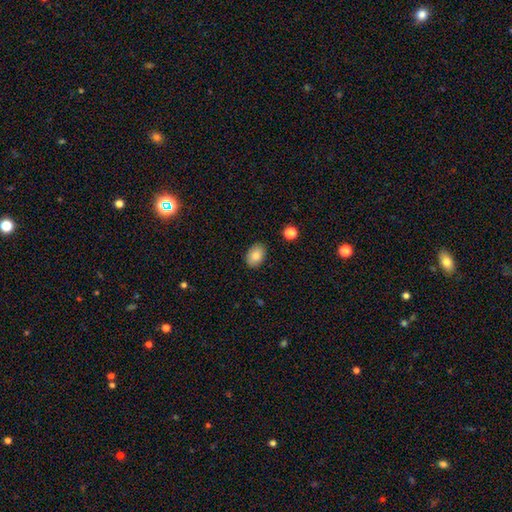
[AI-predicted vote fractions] Smooth or featured? Predicted: smooth (p=0.84). How rounded? Predicted: in between (p=0.82). Merging? Predicted: none (p=0.87).